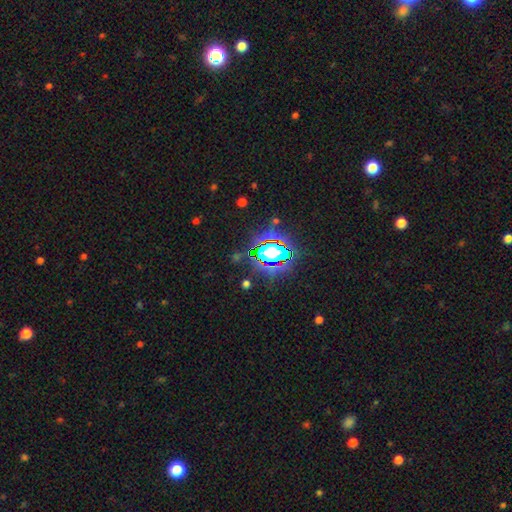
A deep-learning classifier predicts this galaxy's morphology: The model was most divided on "smooth or featured": star or artifact: 81%, smooth: 11%, featured or disk: 8%.